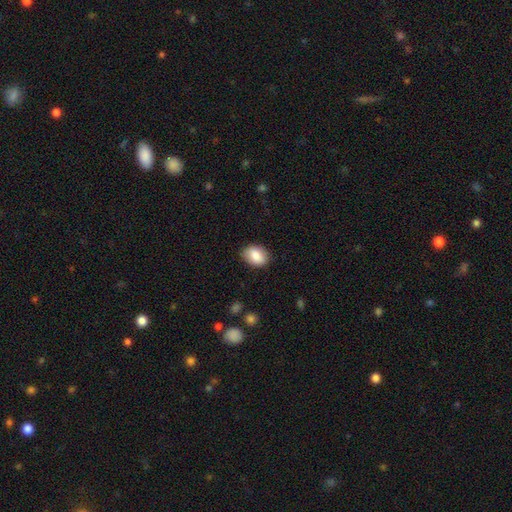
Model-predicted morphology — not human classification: The model was most divided on "how rounded": in between: 75%, round: 23%, cigar-shaped: 1%. More confident: merging — none (85%); smooth or featured — smooth (85%).